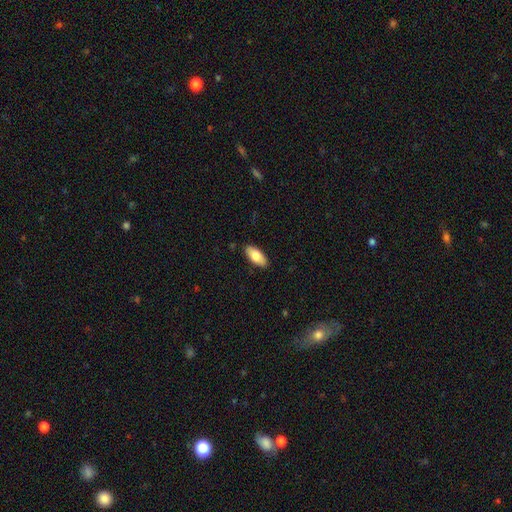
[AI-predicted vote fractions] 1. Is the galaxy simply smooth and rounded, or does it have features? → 79% smooth, 15% featured or disk, 6% star or artifact.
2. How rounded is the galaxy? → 89% in between, 9% cigar-shaped, 2% round.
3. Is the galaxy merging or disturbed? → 88% none, 9% minor disturbance, 2% major disturbance, 1% merger.